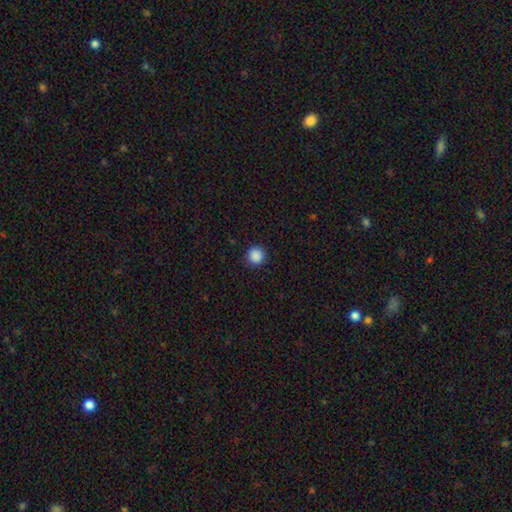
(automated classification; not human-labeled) Q: Smooth or featured?
A: smooth (88%); runner-up: star or artifact (10%)
Q: How rounded?
A: round (95%); runner-up: in between (4%)
Q: Merging?
A: none (91%); runner-up: minor disturbance (6%)